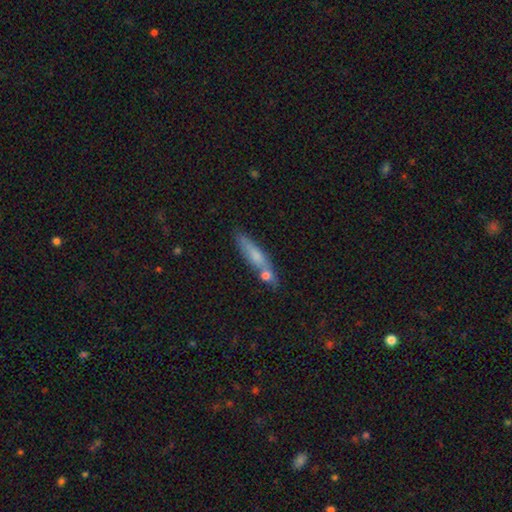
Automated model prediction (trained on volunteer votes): This appears to be a smooth galaxy with no disk features (64%) that is cigar-shaped (84%). Merging: none (64%).